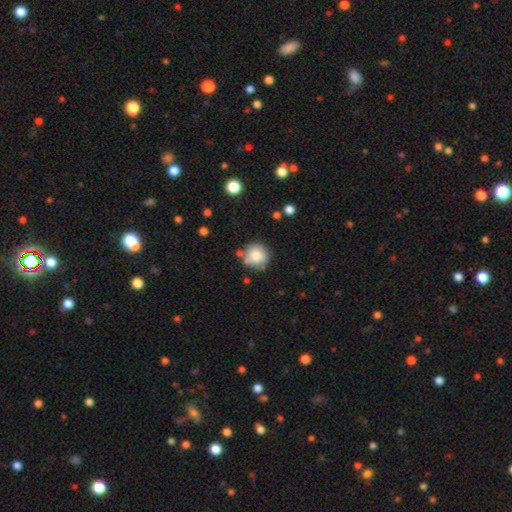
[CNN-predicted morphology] This appears to be a smooth galaxy with no disk features (82%) that is round (93%). Merging: none (73%).